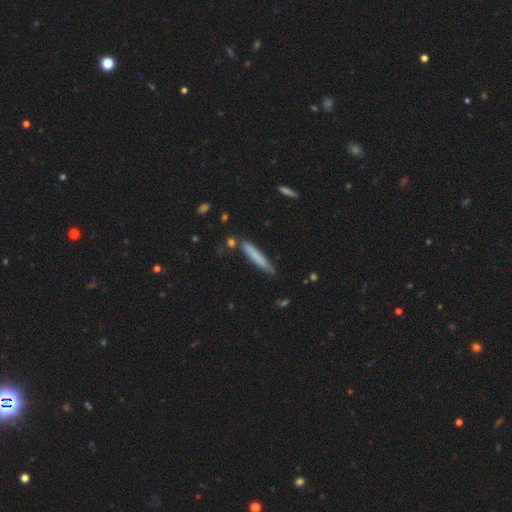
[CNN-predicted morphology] smooth 73%, featured or disk 20%, star or artifact 6%. Down the decision tree: how rounded — cigar-shaped (95%); merging — none (82%).